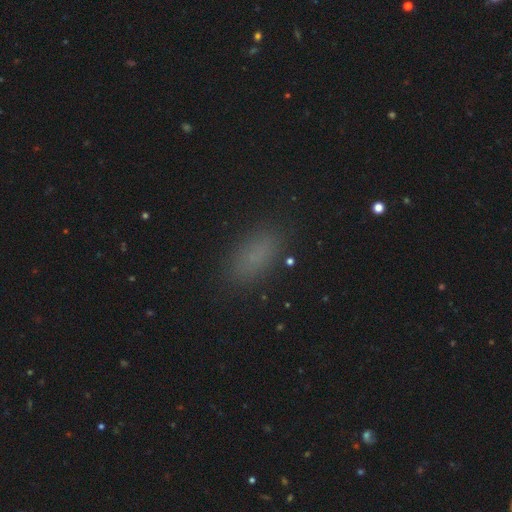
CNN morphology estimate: A smooth galaxy with no disk features (79%) that is in between round and cigar-shaped (86%).

Vote fractions:
- Smooth or featured? smooth: 79% / star or artifact: 15% / featured or disk: 5%
- How rounded? in between: 86% / cigar-shaped: 10% / round: 4%
- Merging? none: 87% / minor disturbance: 9% / major disturbance: 3% / merger: 1%